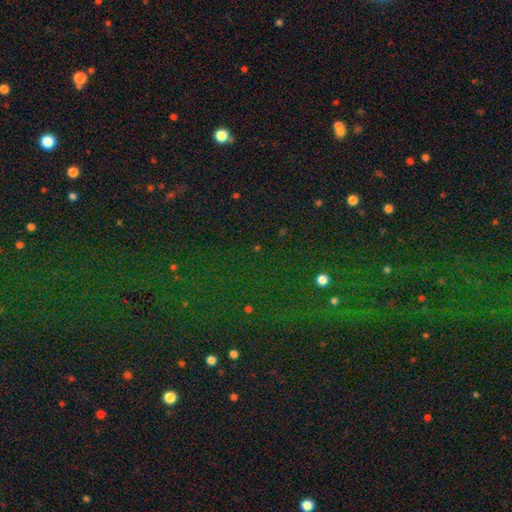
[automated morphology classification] The model was most divided on "smooth or featured": star or artifact: 75%, smooth: 16%, featured or disk: 9%.